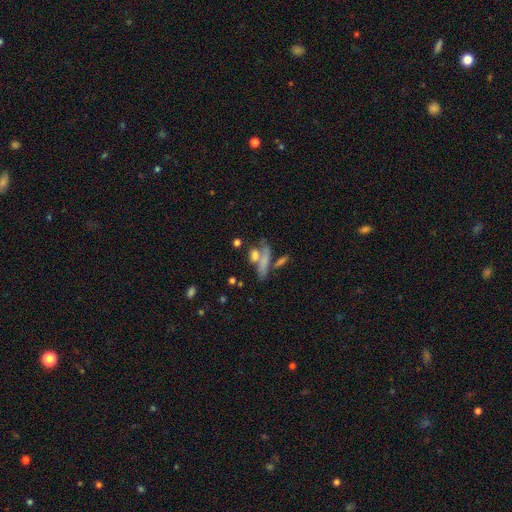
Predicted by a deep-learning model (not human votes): smooth_or_featured: smooth (p=0.63) [alt: featured or disk p=0.24]
how_rounded: cigar-shaped (p=0.47) [alt: in between p=0.36]
merging: none (p=0.43) [alt: merger p=0.36]